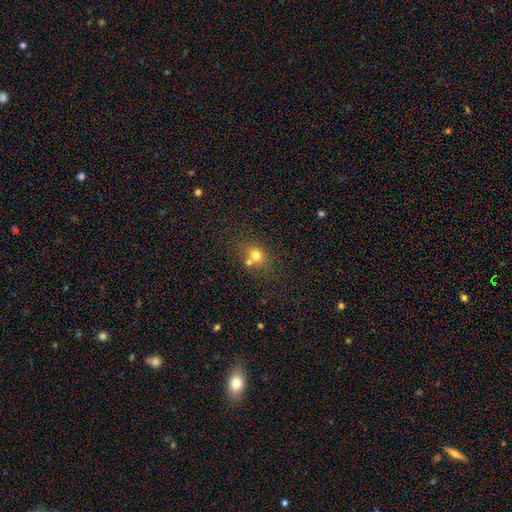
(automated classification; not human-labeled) Smooth or featured: smooth — 72% (star or artifact — 15%)
How rounded: round — 67% (in between — 32%)
Merging: none — 54% (merger — 32%)